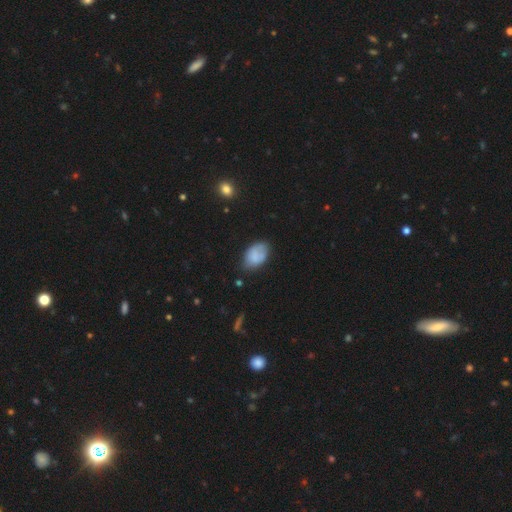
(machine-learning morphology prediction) Overall: smooth (74%). How rounded: in between (89%). Merging: none (59%; minor disturbance 30%).